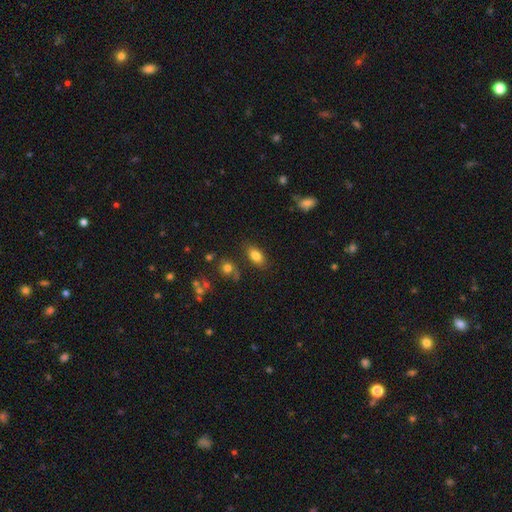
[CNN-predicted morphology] Smooth or featured: smooth — 81% (featured or disk — 10%)
How rounded: in between — 89% (round — 6%)
Merging: none — 81% (minor disturbance — 12%)